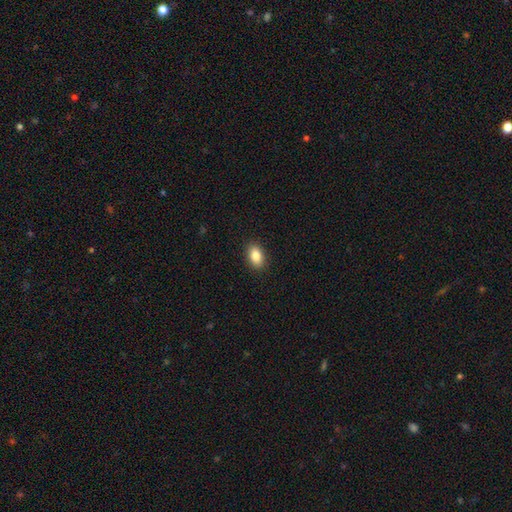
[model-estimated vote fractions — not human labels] A smooth galaxy with no disk features (85%) that is in between round and cigar-shaped (86%). Merging: none (90%).